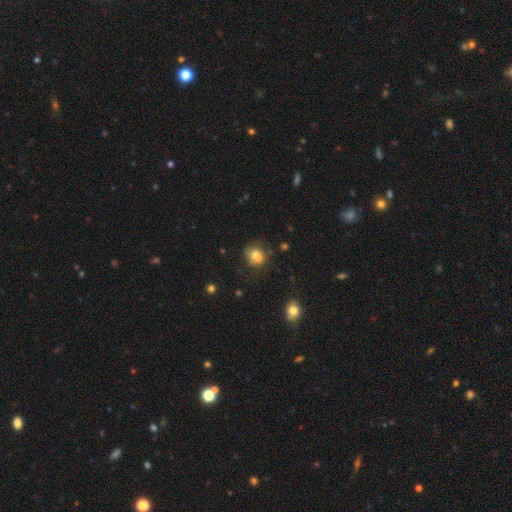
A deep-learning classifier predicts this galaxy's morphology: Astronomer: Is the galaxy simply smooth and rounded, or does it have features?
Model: smooth — 73%.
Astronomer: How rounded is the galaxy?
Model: round — 70%.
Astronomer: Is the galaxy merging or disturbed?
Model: none — 60%.